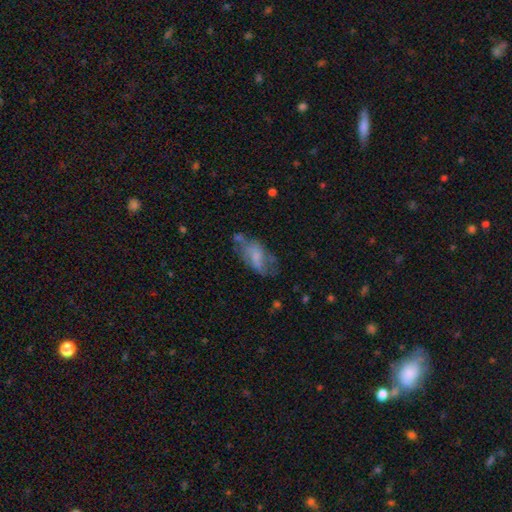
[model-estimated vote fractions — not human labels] smooth 48%, featured or disk 44%, star or artifact 9%. Down the decision tree: merging — none (41%).